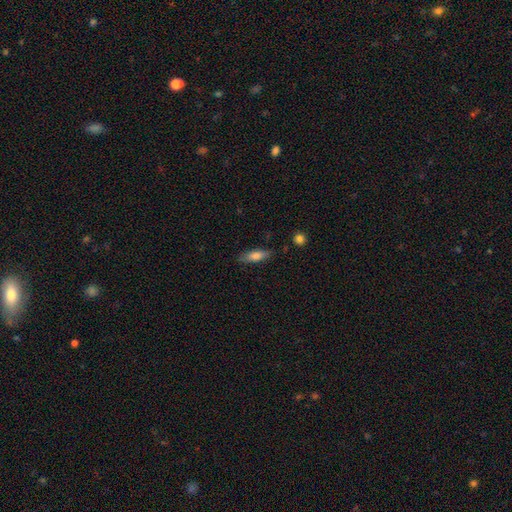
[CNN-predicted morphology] This appears to be a smooth galaxy with no disk features (74%) that is in between round and cigar-shaped (49%, tied with cigar-shaped). Merging: none (80%).